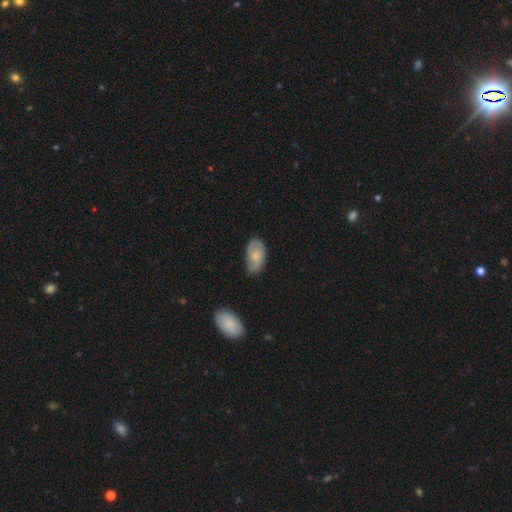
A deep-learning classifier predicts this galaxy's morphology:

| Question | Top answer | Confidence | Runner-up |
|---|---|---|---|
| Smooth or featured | smooth | 50% | featured or disk (44%) |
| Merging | none | 70% | minor disturbance (24%) |